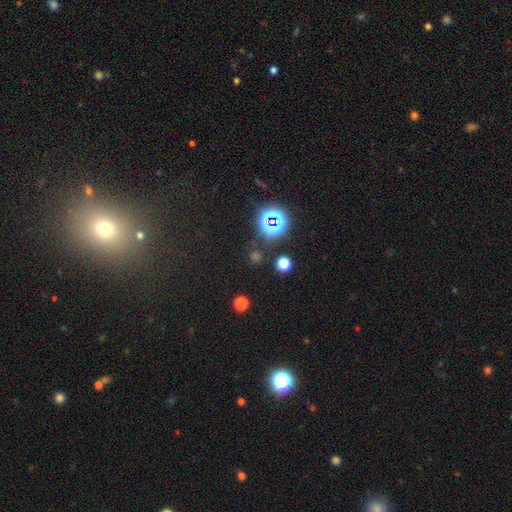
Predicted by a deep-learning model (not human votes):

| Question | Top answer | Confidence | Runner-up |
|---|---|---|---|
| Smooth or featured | star or artifact | 55% | smooth (38%) |